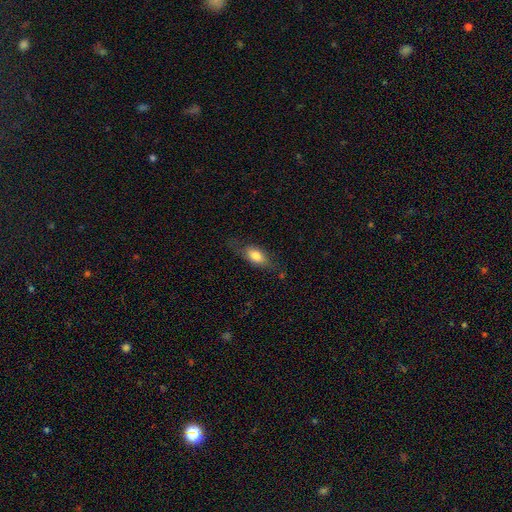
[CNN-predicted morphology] Smooth or featured: smooth — 72% (featured or disk — 20%)
How rounded: in between — 80% (cigar-shaped — 15%)
Merging: none — 63% (minor disturbance — 24%)